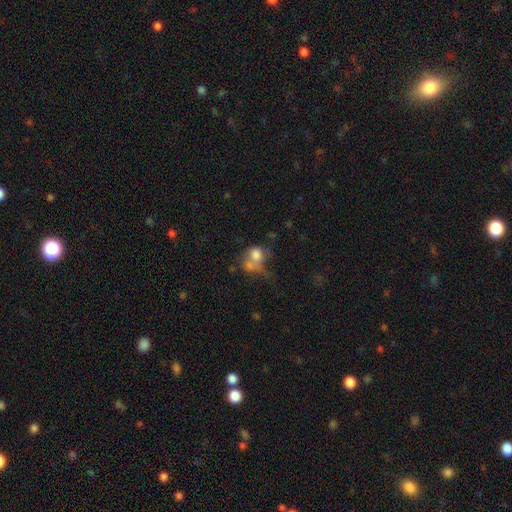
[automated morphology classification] This appears to be a smooth galaxy with no disk features (71%) that is round (61%). Merging: merger (46%).